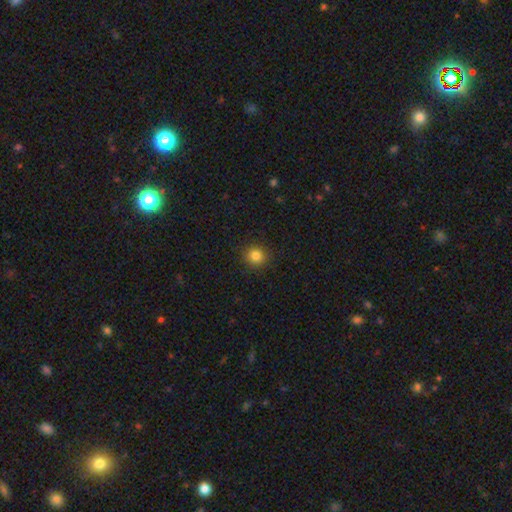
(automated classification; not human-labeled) Morphology: type=smooth (84%); roundness=round (91%); merging=none (91%).